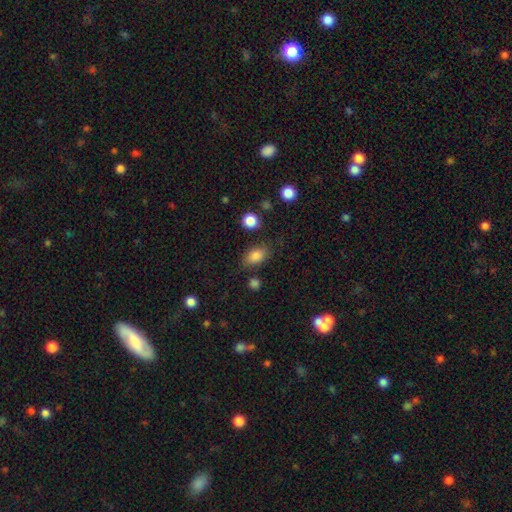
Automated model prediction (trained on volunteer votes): Smooth or featured? Predicted: smooth (p=0.84). How rounded? Predicted: in between (p=0.83). Merging? Predicted: none (p=0.77).